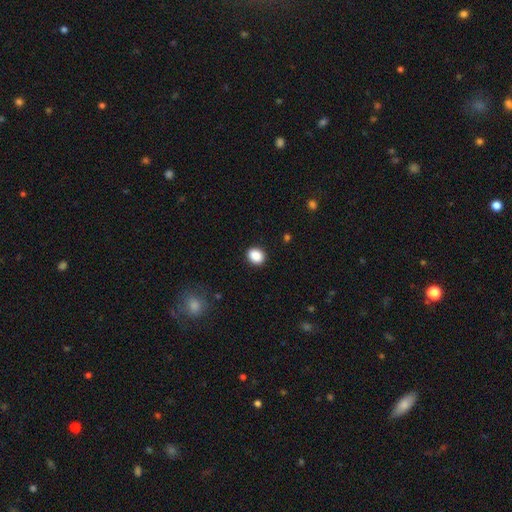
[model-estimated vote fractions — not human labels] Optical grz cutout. It shows a smooth galaxy with no disk features (89%) that is round (58%). Merging: none (89%).